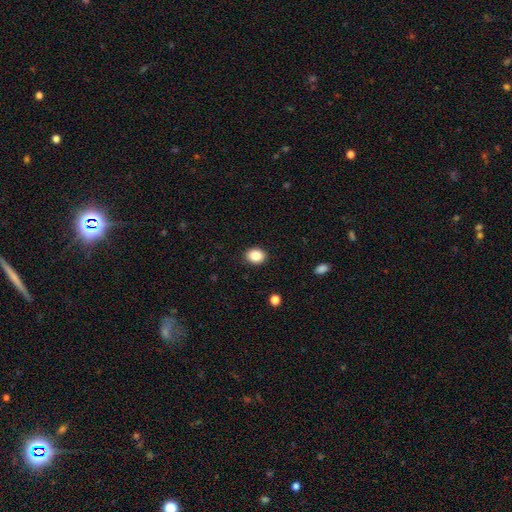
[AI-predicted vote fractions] A smooth galaxy with no disk features (86%) that is in between round and cigar-shaped (50%, tied with round). Merging: none (90%).